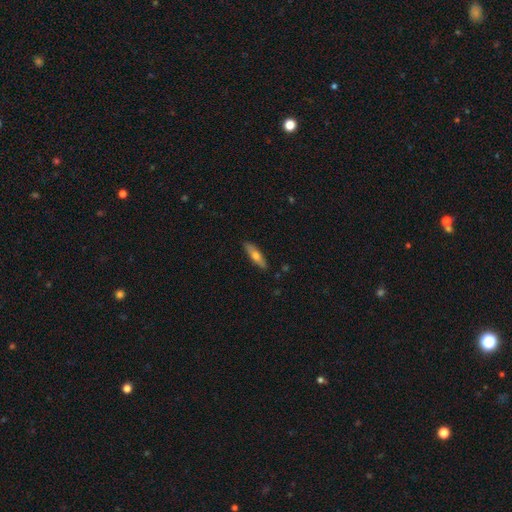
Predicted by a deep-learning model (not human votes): This appears to be a smooth galaxy with no disk features (57%) that is cigar-shaped (67%). Merging: none (87%).